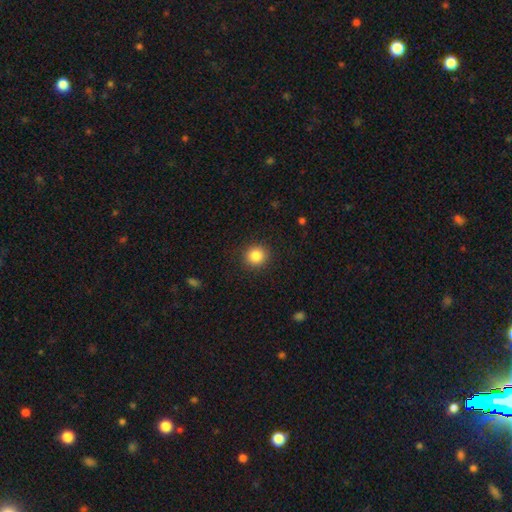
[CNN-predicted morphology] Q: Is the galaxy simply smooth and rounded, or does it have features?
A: smooth — 85%.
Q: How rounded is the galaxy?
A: round — 90%.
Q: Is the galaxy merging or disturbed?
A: none — 90%.